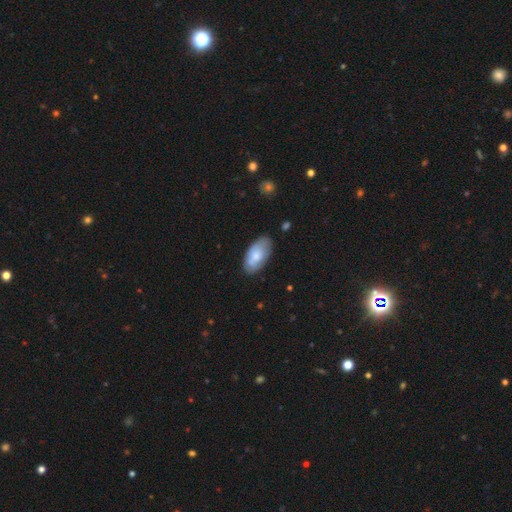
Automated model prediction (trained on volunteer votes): The model was most divided on "smooth or featured": smooth: 71%, featured or disk: 23%, star or artifact: 6%. More confident: how rounded — in between (95%); merging — none (73%).